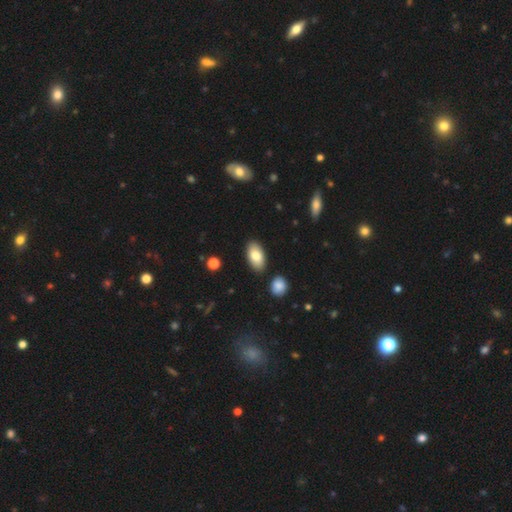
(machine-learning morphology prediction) This appears to be a smooth galaxy with no disk features (81%) that is in between round and cigar-shaped (94%). Merging: none (87%).